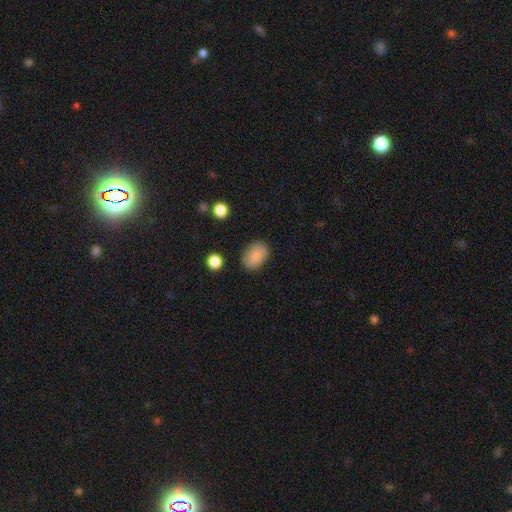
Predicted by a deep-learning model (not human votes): Q: Smooth or featured?
A: smooth (87%); runner-up: star or artifact (8%)
Q: How rounded?
A: in between (78%); runner-up: round (21%)
Q: Merging?
A: none (83%); runner-up: minor disturbance (12%)